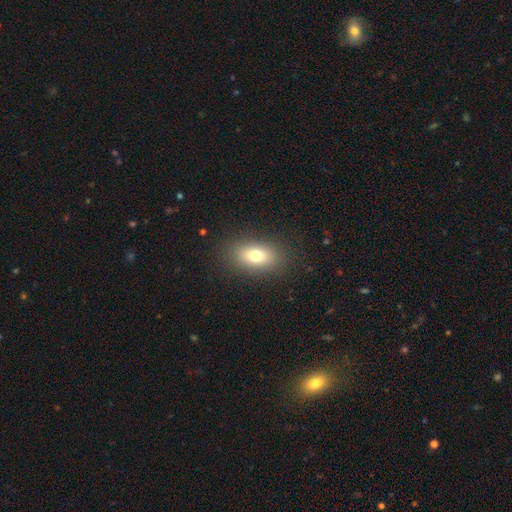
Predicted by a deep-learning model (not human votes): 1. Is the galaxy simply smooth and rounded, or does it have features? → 75% smooth, 14% featured or disk, 11% star or artifact.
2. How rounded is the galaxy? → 84% in between, 13% round, 4% cigar-shaped.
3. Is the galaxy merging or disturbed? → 86% none, 9% minor disturbance, 4% major disturbance, 1% merger.